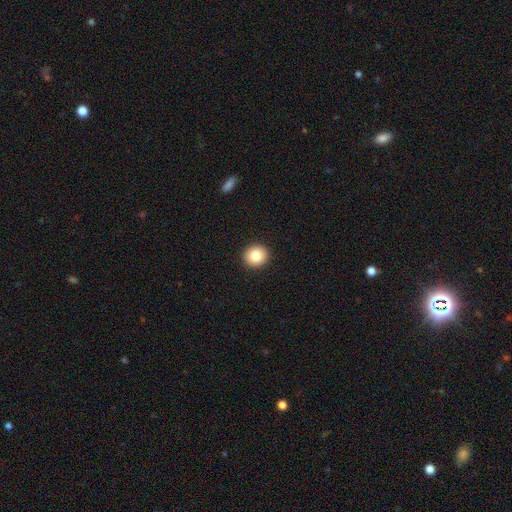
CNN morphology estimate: Q: Smooth or featured?
A: smooth (83%); runner-up: star or artifact (9%)
Q: How rounded?
A: round (91%); runner-up: in between (8%)
Q: Merging?
A: none (93%); runner-up: minor disturbance (4%)